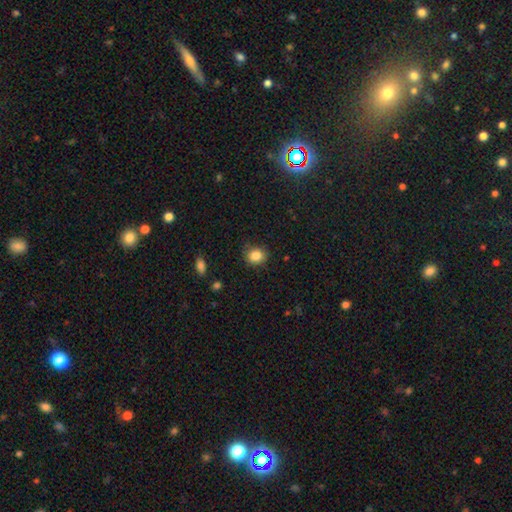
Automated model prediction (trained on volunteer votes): smooth-or-featured: smooth: 85% | star or artifact: 10% | featured or disk: 5%
  how-rounded: round: 74% | in between: 25% | cigar-shaped: 1%
  merging: none: 83% | minor disturbance: 13% | major disturbance: 3% | merger: 1%